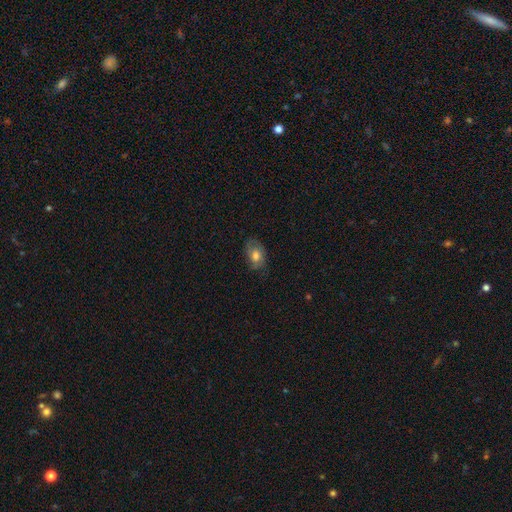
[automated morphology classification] Overall: smooth (55%; featured or disk 36%). How rounded: in between (83%). Merging: none (67%).